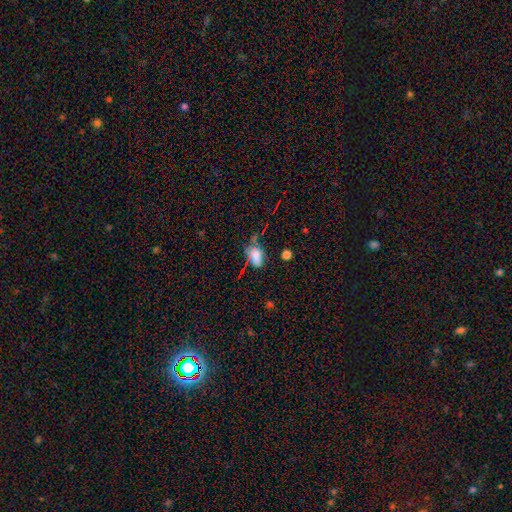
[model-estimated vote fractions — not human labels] Smooth or featured? Predicted: smooth (p=0.74). How rounded? Predicted: in between (p=0.85). Merging? Predicted: none (p=0.48).